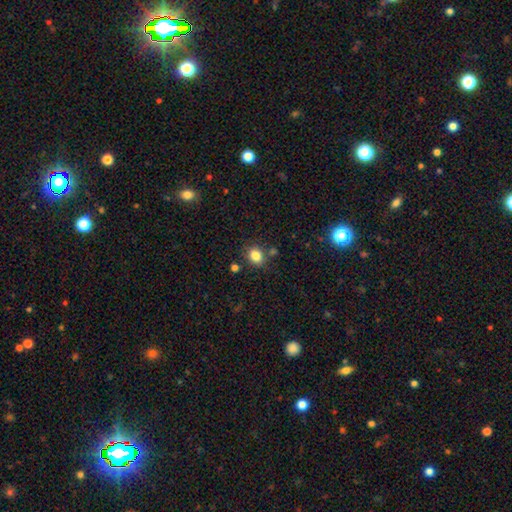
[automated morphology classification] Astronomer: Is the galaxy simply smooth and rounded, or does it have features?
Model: smooth — 82%.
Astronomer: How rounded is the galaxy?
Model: round — 63%.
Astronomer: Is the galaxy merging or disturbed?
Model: none — 78%.